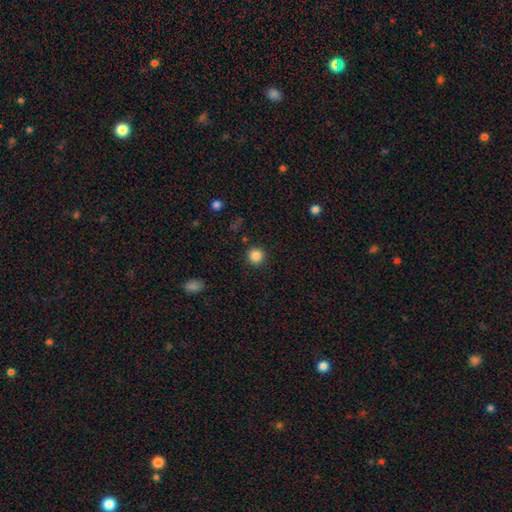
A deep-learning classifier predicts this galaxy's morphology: Overall: smooth (85%). How rounded: round (95%). Merging: none (91%).